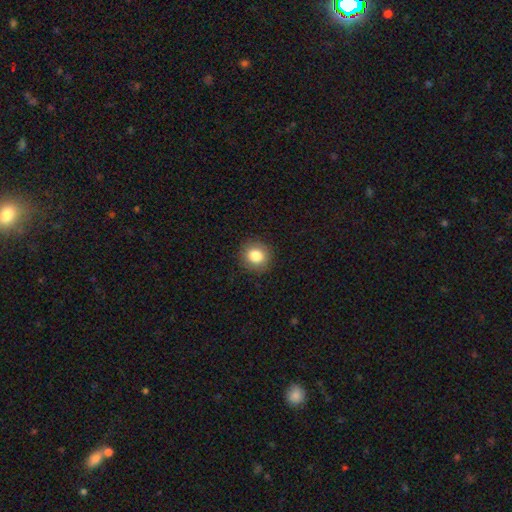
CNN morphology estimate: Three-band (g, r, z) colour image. It shows a smooth galaxy with no disk features (83%) that is round (86%). Merging: none (90%).